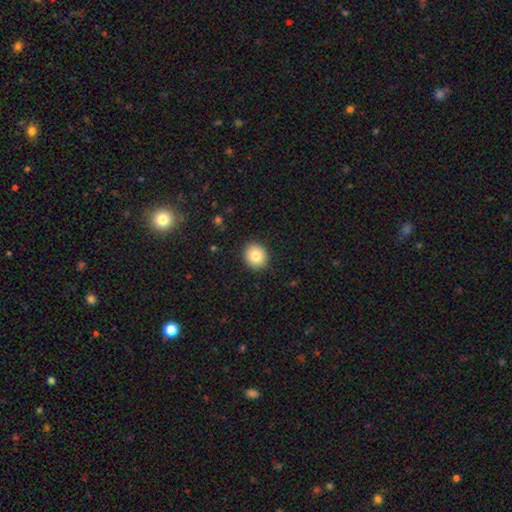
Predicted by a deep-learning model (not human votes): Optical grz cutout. It shows a smooth galaxy with no disk features (83%) that is round (78%). Merging: none (91%).